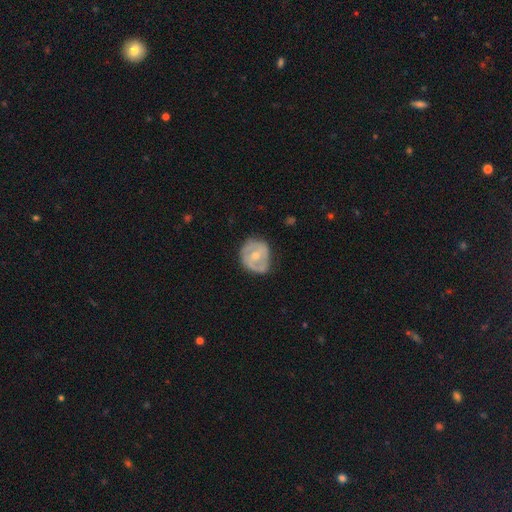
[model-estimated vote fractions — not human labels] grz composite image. It shows a featured or disk galaxy (59%) with no bar (58%), no spiral arms (52%) and a moderate central bulge (61%). Merging: none (60%).